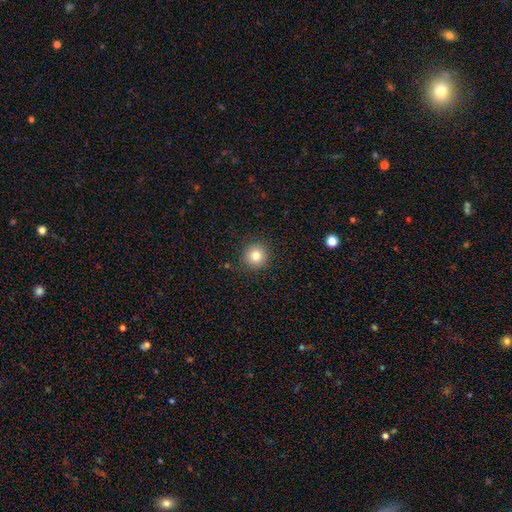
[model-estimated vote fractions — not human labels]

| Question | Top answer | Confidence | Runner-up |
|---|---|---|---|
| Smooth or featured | smooth | 83% | star or artifact (11%) |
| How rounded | round | 94% | in between (5%) |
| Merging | none | 90% | minor disturbance (7%) |